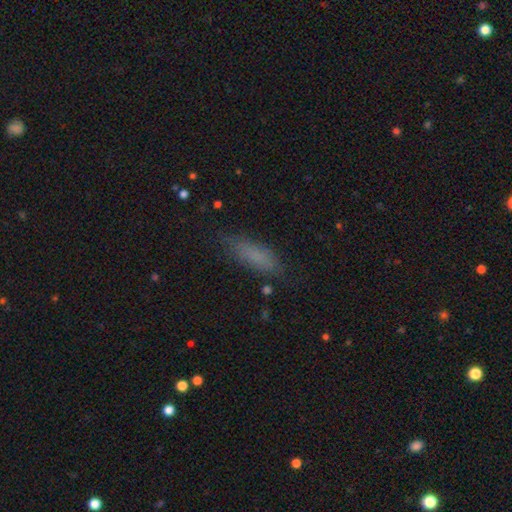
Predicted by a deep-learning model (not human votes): Smooth or featured? smooth (76%)
How rounded? in between (51%)
Merging? none (75%)